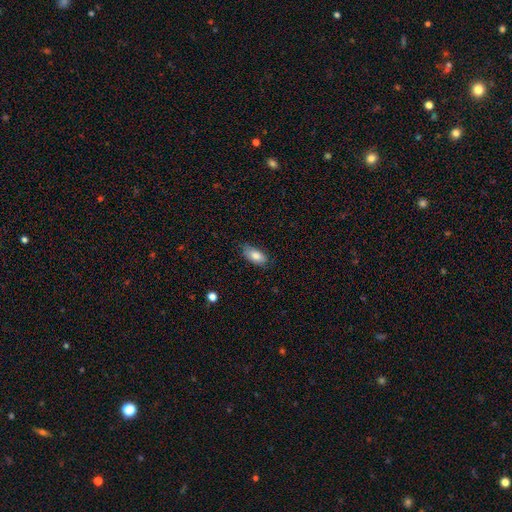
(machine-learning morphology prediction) This appears to be a smooth galaxy with no disk features (79%) that is in between round and cigar-shaped (91%). Merging: none (76%).